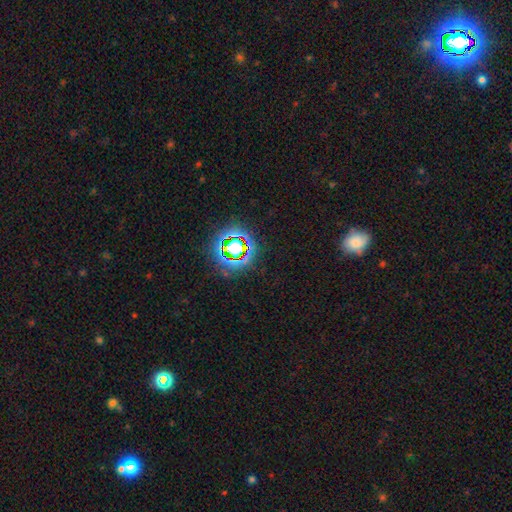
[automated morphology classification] Q: Smooth or featured?
A: star or artifact (72%); runner-up: smooth (19%)